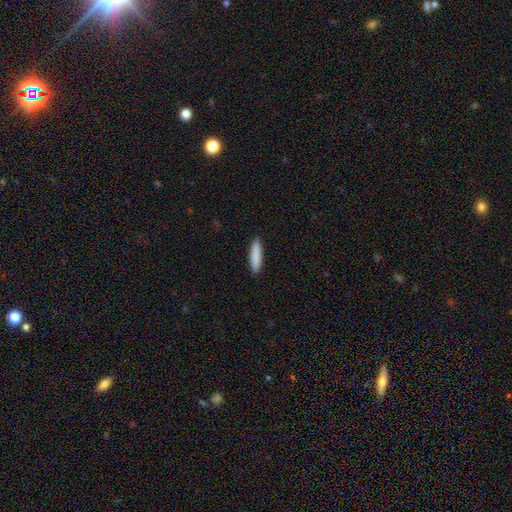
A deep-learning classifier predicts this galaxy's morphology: A smooth galaxy with no disk features (88%) that is cigar-shaped (82%).

Vote fractions:
- Smooth or featured? smooth: 88% / featured or disk: 7% / star or artifact: 6%
- How rounded? cigar-shaped: 82% / in between: 17% / round: 1%
- Merging? none: 91% / minor disturbance: 7% / major disturbance: 1% / merger: 1%